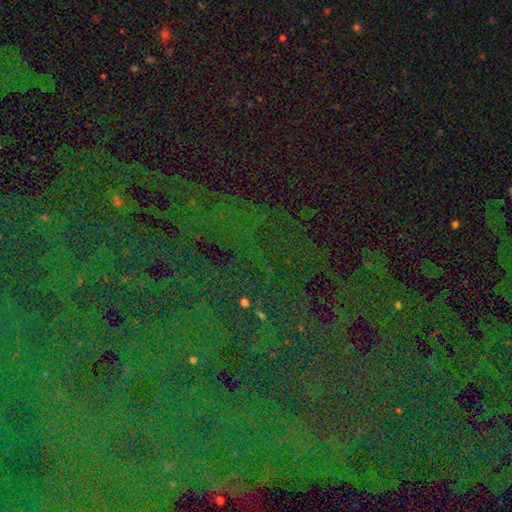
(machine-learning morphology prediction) Overall: star or artifact (83%).